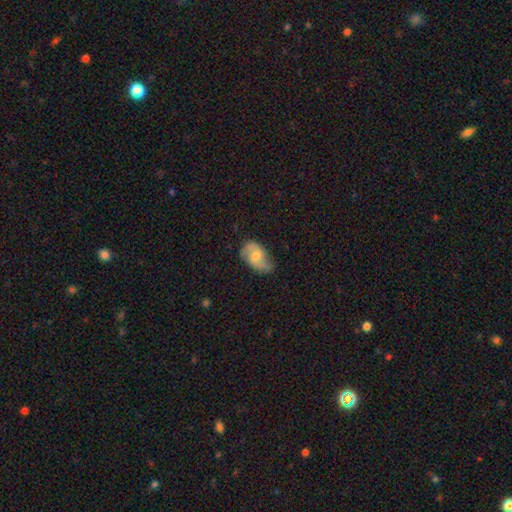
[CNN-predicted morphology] smooth-or-featured: featured or disk: 68% | smooth: 25% | star or artifact: 7%
  disk-edge-on: no: 97% | yes: 3%
    bar: no: 53% | weak: 40% | strong: 7%
    has-spiral-arms: yes: 92% | no: 8%
      spiral-winding: medium: 43% | loose: 40% | tight: 17%
      spiral-arm-count: 2: 88% | can't tell: 6% | 1: 3% | 3: 1% | 4: 1% | more than 4: 1%
    bulge-size: moderate: 47% | small: 43% | none: 6% | large: 3% | dominant: 1%
  merging: none: 67% | minor disturbance: 24% | major disturbance: 7% | merger: 1%